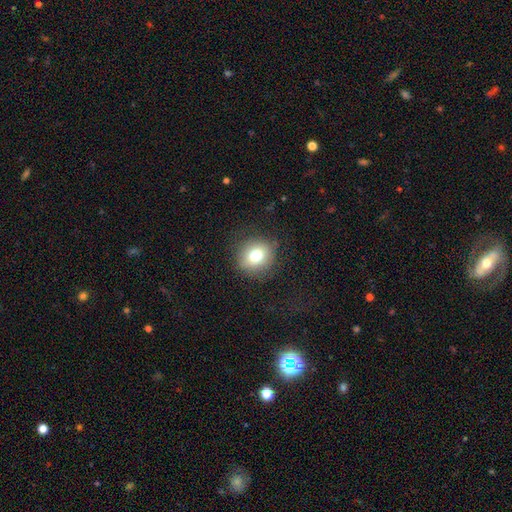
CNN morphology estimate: type=smooth (76%); roundness=round (81%); merging=none (84%).